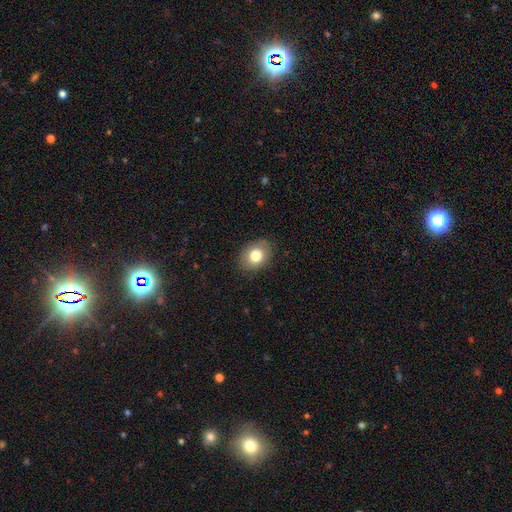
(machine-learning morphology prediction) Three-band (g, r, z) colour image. It shows a smooth galaxy with no disk features (79%) that is in between round and cigar-shaped (59%). Merging: none (85%).